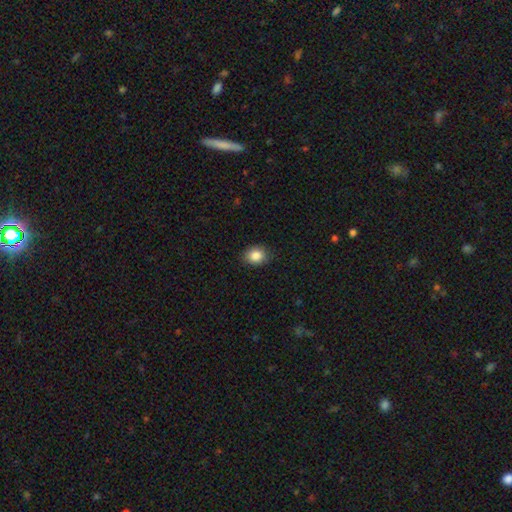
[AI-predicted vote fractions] Morphology: type=smooth (86%); roundness=round (51%); merging=none (86%).